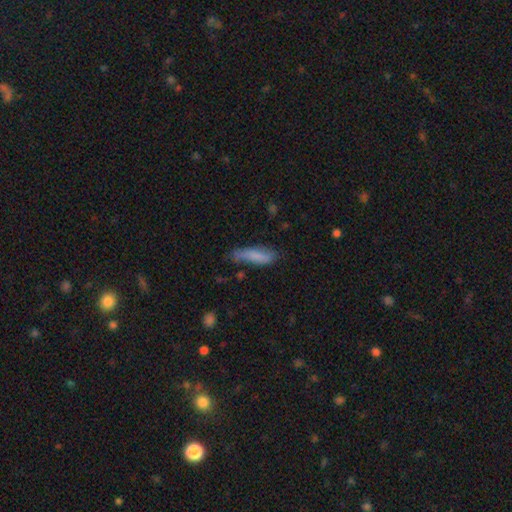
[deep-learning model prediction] Smooth or featured: smooth — 78% (featured or disk — 16%)
How rounded: cigar-shaped — 62% (in between — 36%)
Merging: none — 59% (minor disturbance — 29%)